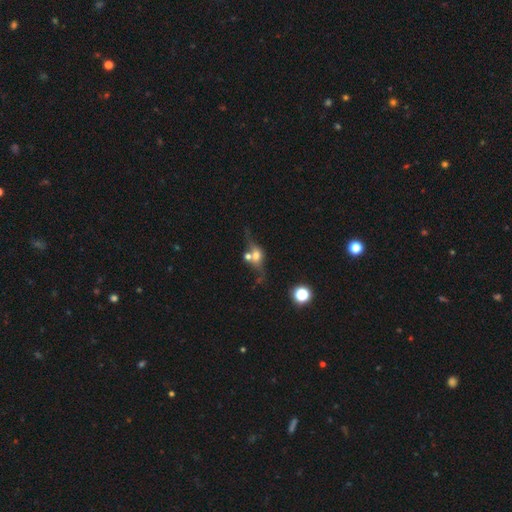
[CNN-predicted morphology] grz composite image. It shows a featured or disk galaxy (52%) viewed edge-on (56%). Merging: none (42%).